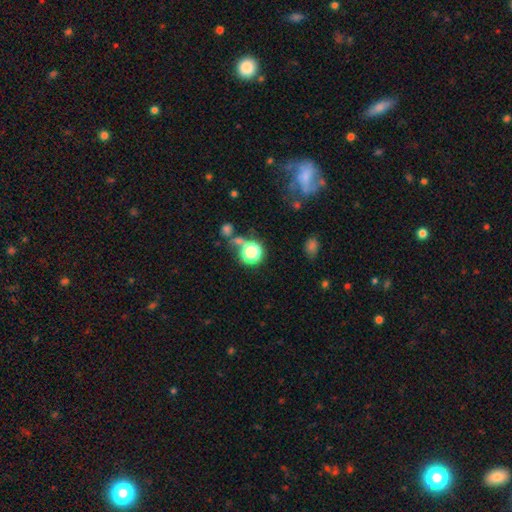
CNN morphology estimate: This is possibly a star or artifact rather than a galaxy (48%).